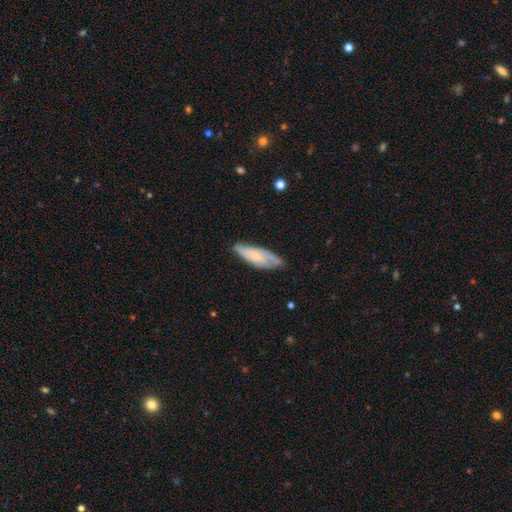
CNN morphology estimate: This is possibly a featured or disk galaxy (51%). It is likely not viewed edge-on (78%). Merging: likely none (62%).